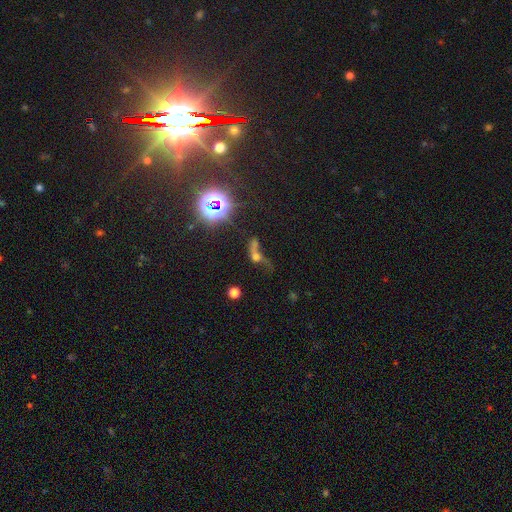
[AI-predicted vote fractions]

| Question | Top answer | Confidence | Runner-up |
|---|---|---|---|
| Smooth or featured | featured or disk | 35% | smooth (33%) |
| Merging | merger | 44% | major disturbance (24%) |